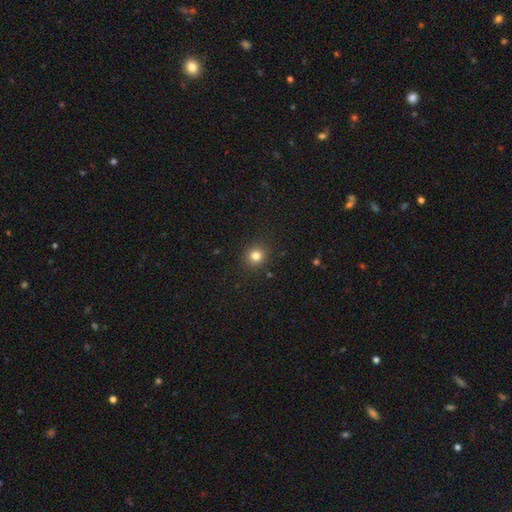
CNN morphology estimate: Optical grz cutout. It shows a smooth galaxy with no disk features (81%) that is round (87%). Merging: none (90%).